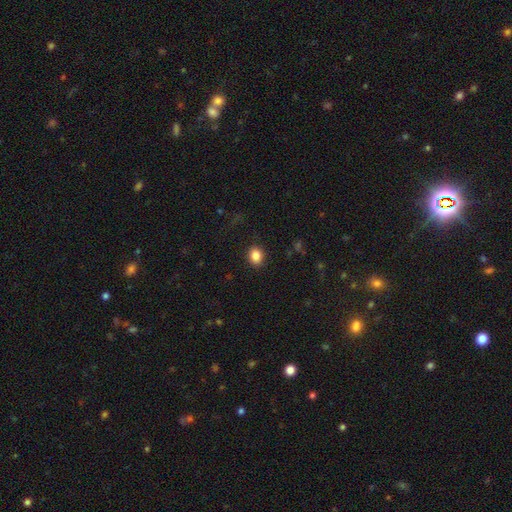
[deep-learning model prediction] smooth 86%, star or artifact 10%, featured or disk 5%. Down the decision tree: how rounded — round (54%); merging — none (89%).